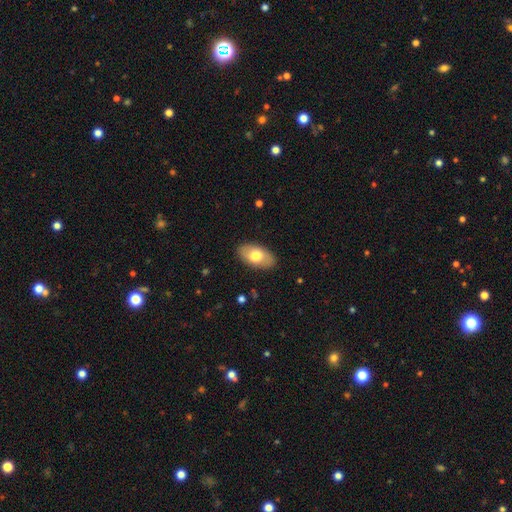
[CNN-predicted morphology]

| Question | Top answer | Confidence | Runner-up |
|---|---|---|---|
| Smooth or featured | smooth | 71% | featured or disk (24%) |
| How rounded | in between | 94% | round (4%) |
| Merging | none | 87% | minor disturbance (9%) |